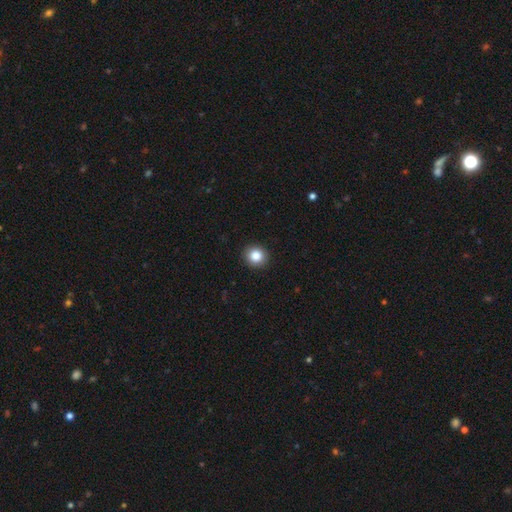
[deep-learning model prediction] Smooth or featured? Predicted: smooth (p=0.85). How rounded? Predicted: round (p=0.88). Merging? Predicted: none (p=0.92).